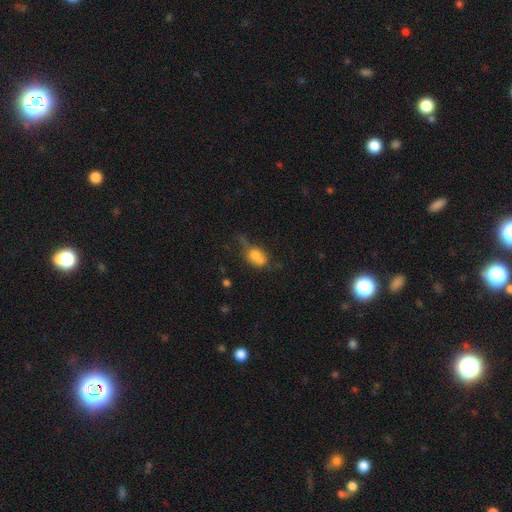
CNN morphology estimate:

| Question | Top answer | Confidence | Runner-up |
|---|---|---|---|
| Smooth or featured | smooth | 68% | featured or disk (21%) |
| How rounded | in between | 73% | round (23%) |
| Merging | minor disturbance | 29% | none (28%) |